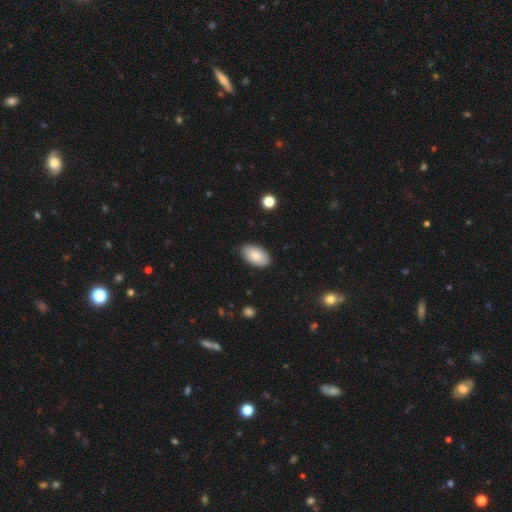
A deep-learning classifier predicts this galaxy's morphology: Smooth or featured? Predicted: smooth (p=0.87). How rounded? Predicted: in between (p=0.96). Merging? Predicted: none (p=0.87).